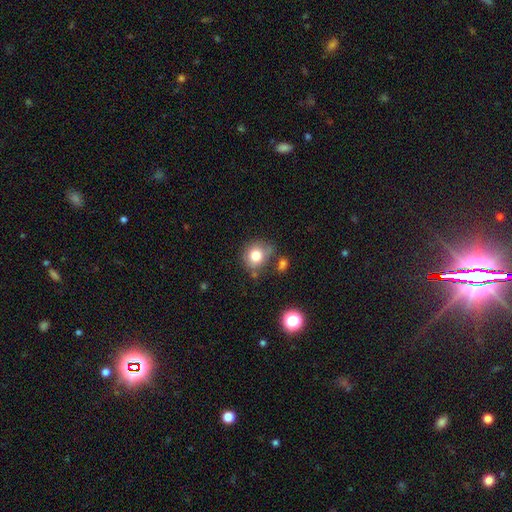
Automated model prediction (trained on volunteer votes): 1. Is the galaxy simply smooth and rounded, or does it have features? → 79% smooth, 11% star or artifact, 10% featured or disk.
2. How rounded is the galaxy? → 76% round, 23% in between, 1% cigar-shaped.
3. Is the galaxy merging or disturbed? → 62% none, 22% minor disturbance, 10% merger, 7% major disturbance.